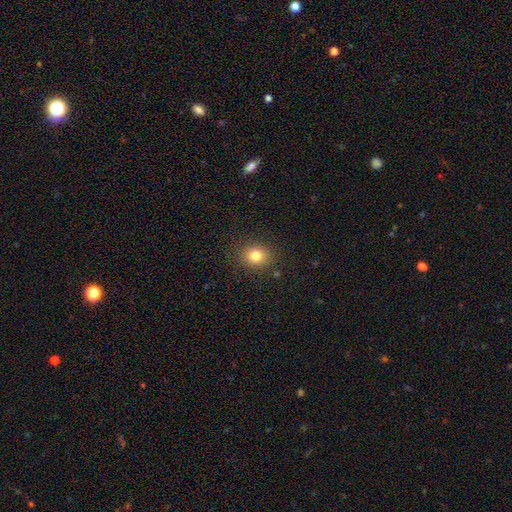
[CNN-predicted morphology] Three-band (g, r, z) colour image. It shows a smooth galaxy with no disk features (80%) that is round (69%). Merging: none (87%).